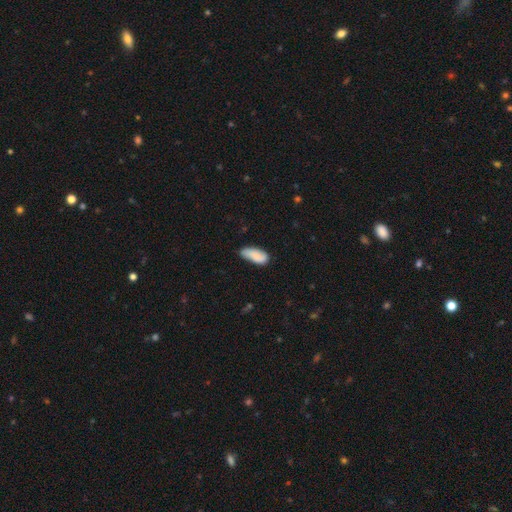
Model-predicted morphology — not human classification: Q: Smooth or featured?
A: smooth (84%); runner-up: featured or disk (10%)
Q: How rounded?
A: in between (84%); runner-up: cigar-shaped (14%)
Q: Merging?
A: none (62%); runner-up: minor disturbance (30%)